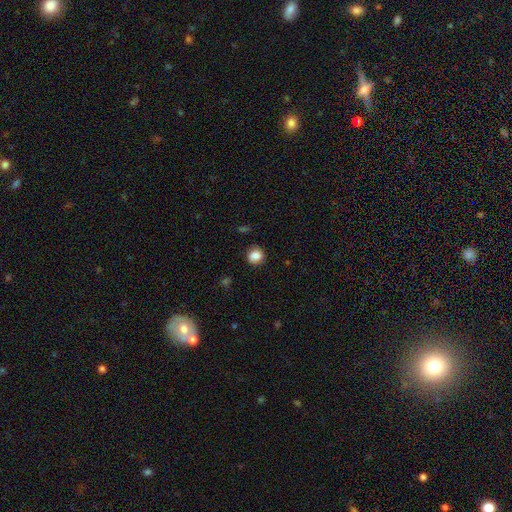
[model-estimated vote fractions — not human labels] A smooth galaxy with no disk features (85%) that is round (81%).

Vote fractions:
- Smooth or featured? smooth: 85% / star or artifact: 9% / featured or disk: 5%
- How rounded? round: 81% / in between: 18% / cigar-shaped: 1%
- Merging? none: 85% / minor disturbance: 10% / major disturbance: 3% / merger: 1%